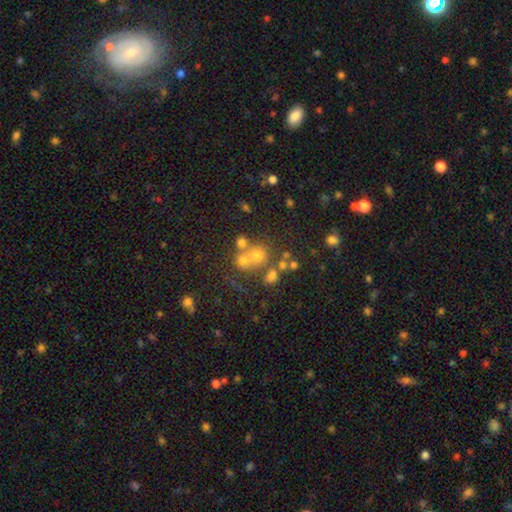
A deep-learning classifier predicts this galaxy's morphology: type=smooth (51%); roundness=round (80%); merging=none (45%).